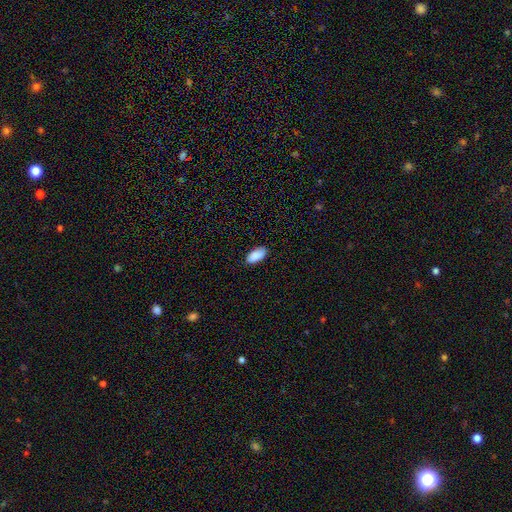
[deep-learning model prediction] Overall: smooth (89%). How rounded: in between (94%). Merging: none (86%).